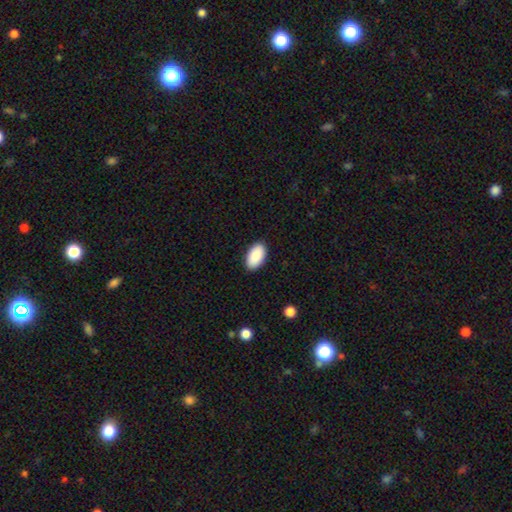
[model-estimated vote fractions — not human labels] A smooth galaxy with no disk features (90%) that is in between round and cigar-shaped (96%).

Vote fractions:
- Smooth or featured? smooth: 90% / star or artifact: 6% / featured or disk: 4%
- How rounded? in between: 96% / round: 3% / cigar-shaped: 1%
- Merging? none: 89% / minor disturbance: 8% / major disturbance: 2% / merger: 1%